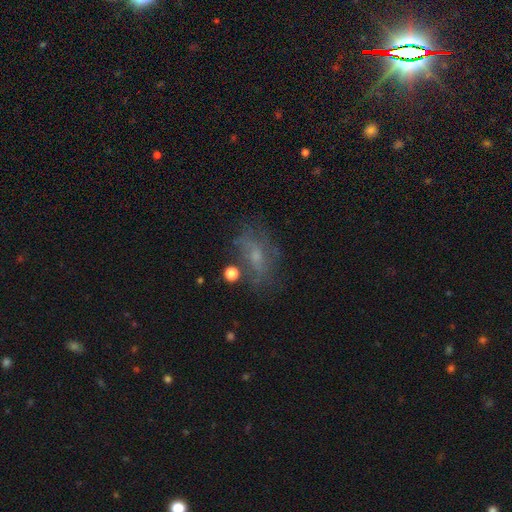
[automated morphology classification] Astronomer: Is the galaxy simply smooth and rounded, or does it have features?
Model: featured or disk — 44% (runner-up: smooth, 38%).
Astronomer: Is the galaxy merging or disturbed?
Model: none — 57%.